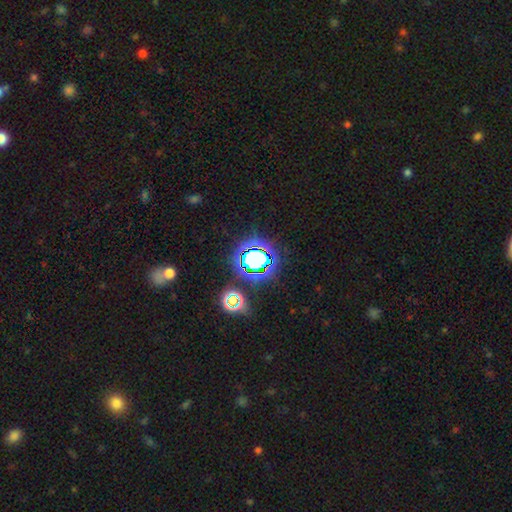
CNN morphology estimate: This appears to be a star or artifact, not a galaxy (62%).